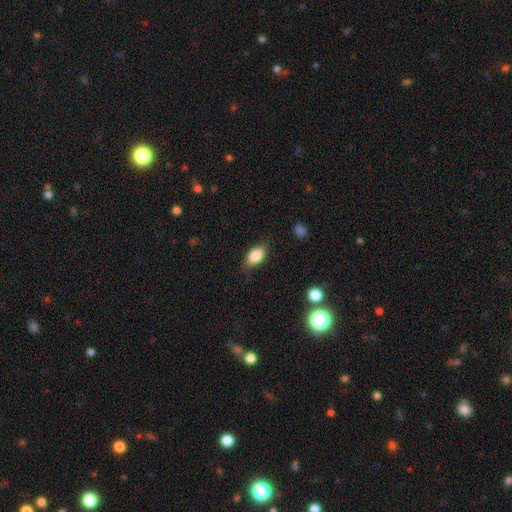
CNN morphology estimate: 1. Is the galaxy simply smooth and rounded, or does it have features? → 84% smooth, 8% featured or disk, 8% star or artifact.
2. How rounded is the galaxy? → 88% in between, 8% round, 4% cigar-shaped.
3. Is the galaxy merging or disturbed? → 78% none, 17% minor disturbance, 4% major disturbance, 1% merger.